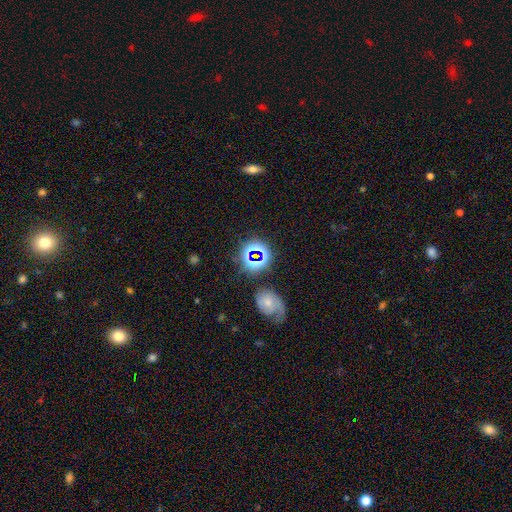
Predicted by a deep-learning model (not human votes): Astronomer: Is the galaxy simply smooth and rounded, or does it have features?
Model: star or artifact — 57%.